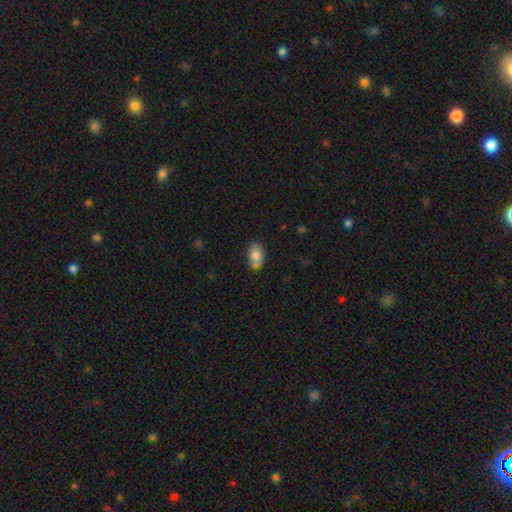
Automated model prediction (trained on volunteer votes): Q: Smooth or featured?
A: smooth (77%); runner-up: featured or disk (15%)
Q: How rounded?
A: in between (84%); runner-up: round (15%)
Q: Merging?
A: none (64%); runner-up: minor disturbance (18%)